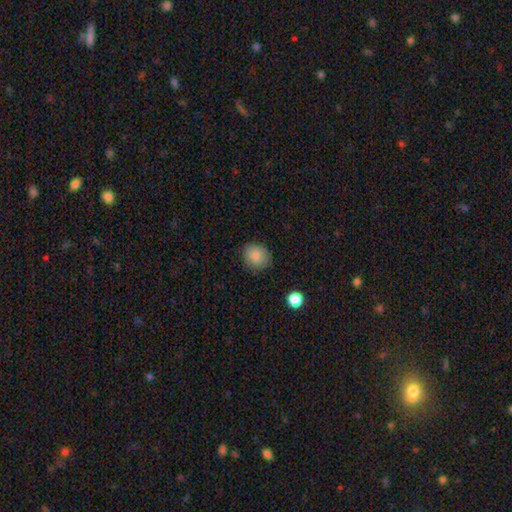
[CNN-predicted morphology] This is clearly a smooth galaxy (86%). How rounded: likely round (74%). Merging: clearly none (81%).